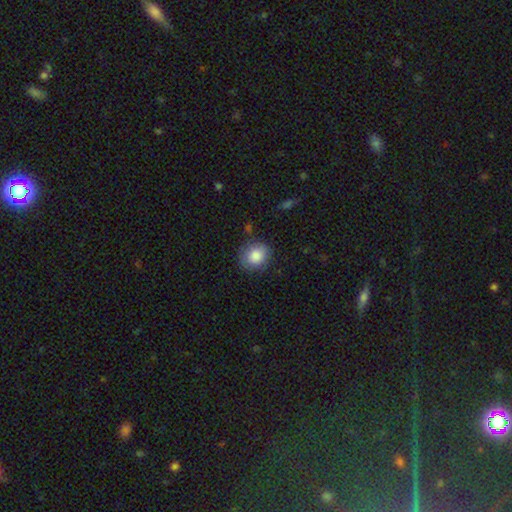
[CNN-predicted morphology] Q: Smooth or featured?
A: smooth (84%); runner-up: featured or disk (8%)
Q: How rounded?
A: round (69%); runner-up: in between (30%)
Q: Merging?
A: none (78%); runner-up: minor disturbance (15%)